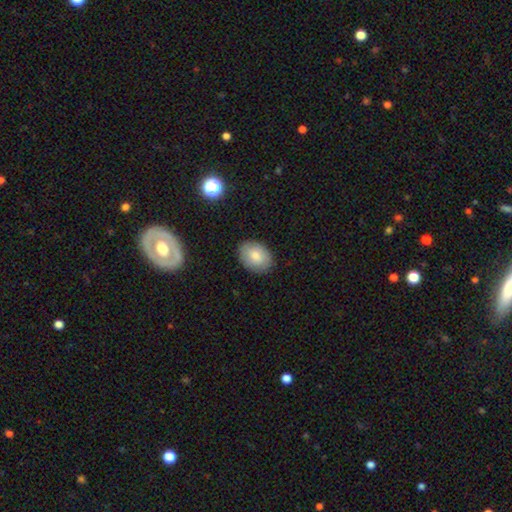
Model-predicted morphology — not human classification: Smooth or featured? smooth (81%)
How rounded? in between (75%)
Merging? none (86%)